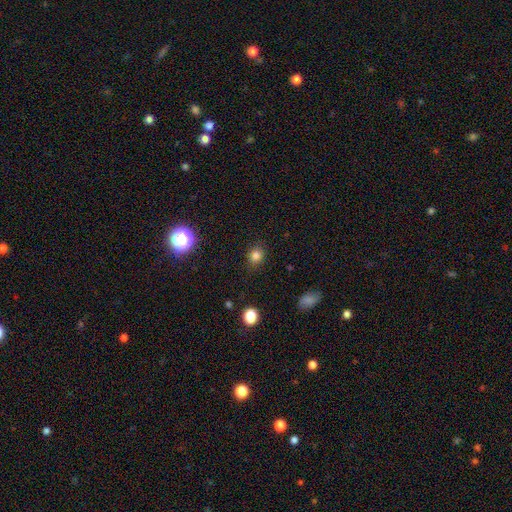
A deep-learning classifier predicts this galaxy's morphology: Smooth or featured? smooth (80%)
How rounded? round (75%)
Merging? none (85%)